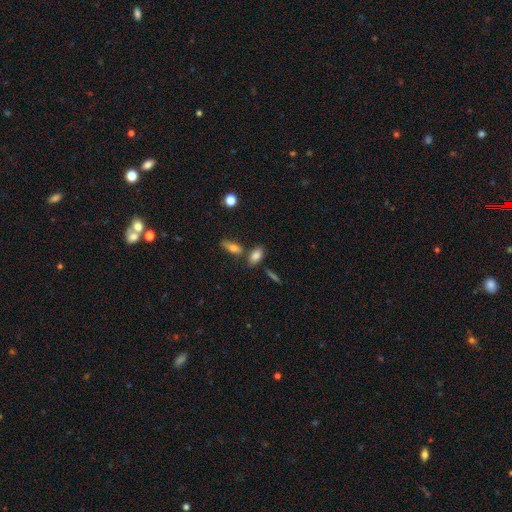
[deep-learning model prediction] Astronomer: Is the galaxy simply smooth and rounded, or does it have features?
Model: smooth — 79%.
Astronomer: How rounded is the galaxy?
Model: in between — 86%.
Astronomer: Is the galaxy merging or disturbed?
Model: none — 66%.